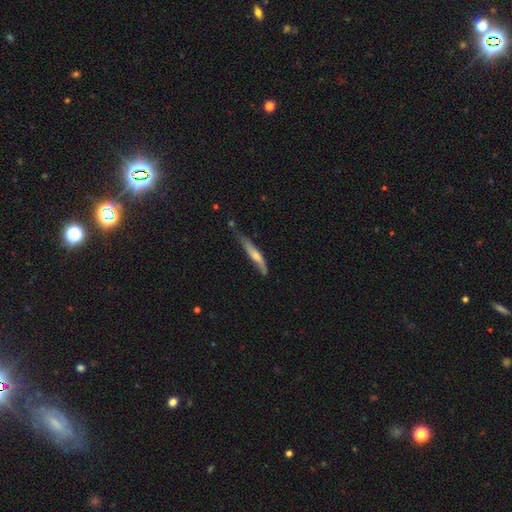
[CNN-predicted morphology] Q: Smooth or featured?
A: smooth (50%); runner-up: featured or disk (44%)
Q: How rounded?
A: cigar-shaped (90%); runner-up: in between (9%)
Q: Merging?
A: none (52%); runner-up: minor disturbance (34%)